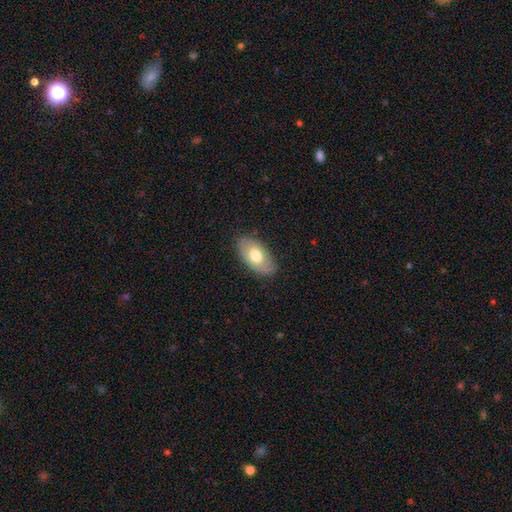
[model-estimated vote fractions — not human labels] A smooth galaxy with no disk features (64%) that is in between round and cigar-shaped (94%).

Vote fractions:
- Smooth or featured? smooth: 64% / featured or disk: 30% / star or artifact: 6%
- How rounded? in between: 94% / round: 4% / cigar-shaped: 2%
- Merging? none: 81% / minor disturbance: 14% / major disturbance: 3% / merger: 1%